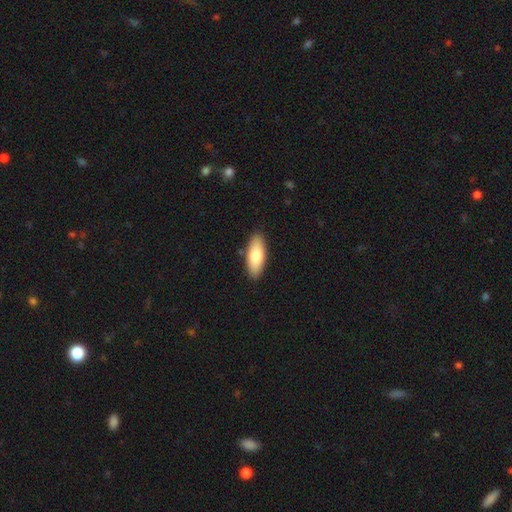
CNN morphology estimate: Smooth or featured: smooth — 77% (featured or disk — 18%)
How rounded: in between — 77% (cigar-shaped — 20%)
Merging: none — 89% (minor disturbance — 8%)